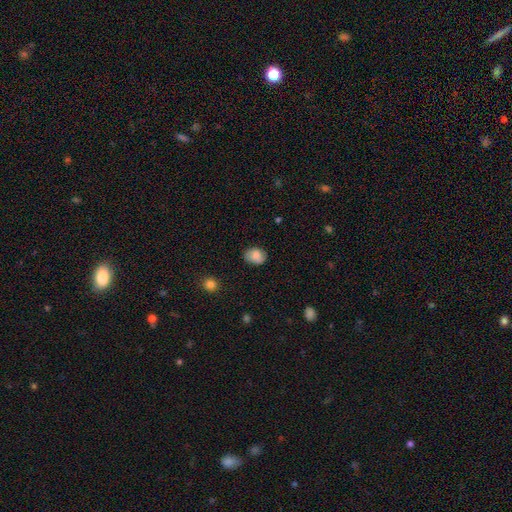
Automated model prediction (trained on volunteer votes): The model was most divided on "how rounded": in between: 65%, round: 34%, cigar-shaped: 1%. More confident: merging — none (81%); smooth or featured — smooth (80%).